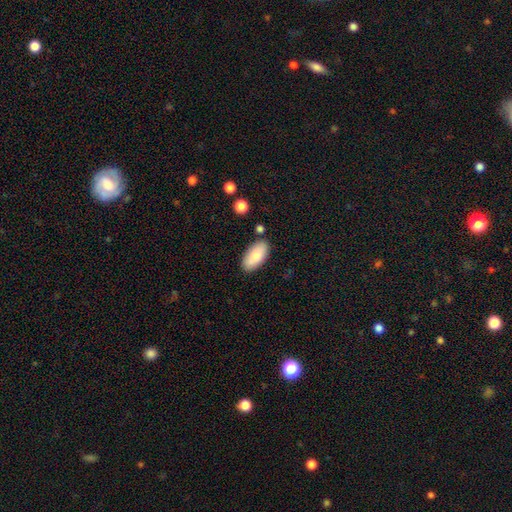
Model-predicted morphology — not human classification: smooth 82%, featured or disk 11%, star or artifact 6%. Down the decision tree: how rounded — in between (93%); merging — none (83%).